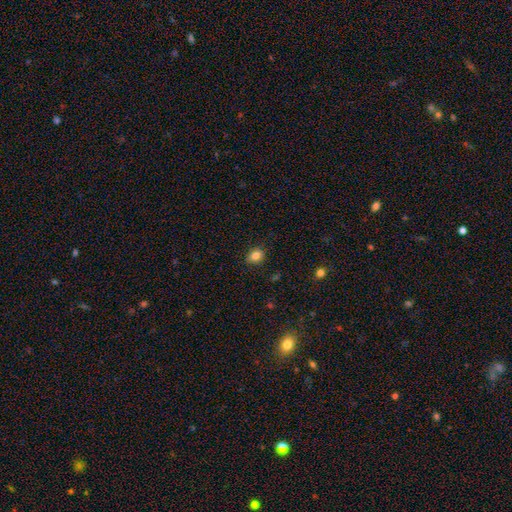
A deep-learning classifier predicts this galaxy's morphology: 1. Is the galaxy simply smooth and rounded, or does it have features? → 83% smooth, 11% star or artifact, 6% featured or disk.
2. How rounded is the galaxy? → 50% in between, 48% round, 1% cigar-shaped.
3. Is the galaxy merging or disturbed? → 87% none, 10% minor disturbance, 2% major disturbance, 1% merger.